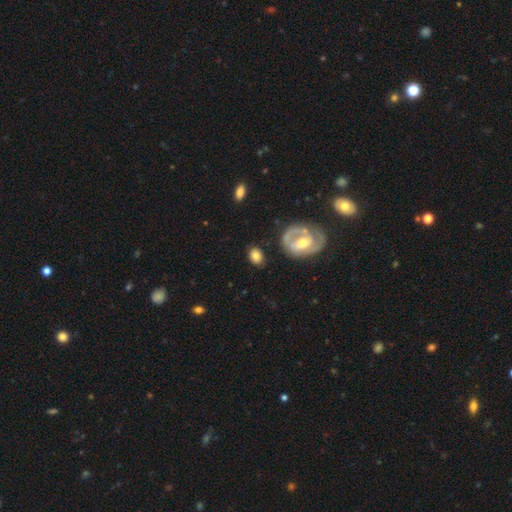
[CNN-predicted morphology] A smooth galaxy with no disk features (69%) that is in between round and cigar-shaped (69%).

Vote fractions:
- Smooth or featured? smooth: 69% / featured or disk: 23% / star or artifact: 7%
- How rounded? in between: 69% / round: 30% / cigar-shaped: 1%
- Merging? none: 75% / minor disturbance: 15% / major disturbance: 6% / merger: 4%